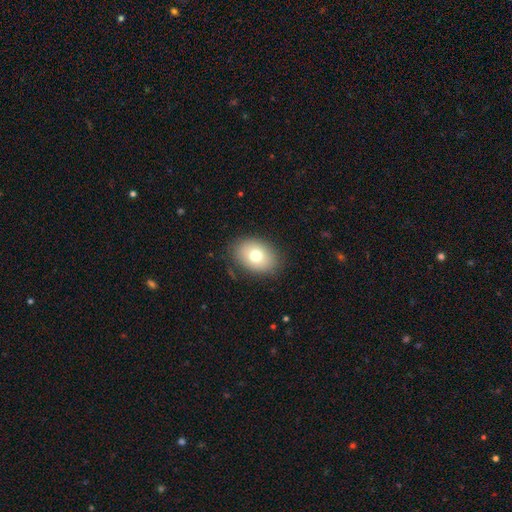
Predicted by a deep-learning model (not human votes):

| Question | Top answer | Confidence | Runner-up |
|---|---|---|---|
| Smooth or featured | smooth | 74% | featured or disk (16%) |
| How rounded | in between | 75% | round (24%) |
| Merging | none | 84% | minor disturbance (12%) |